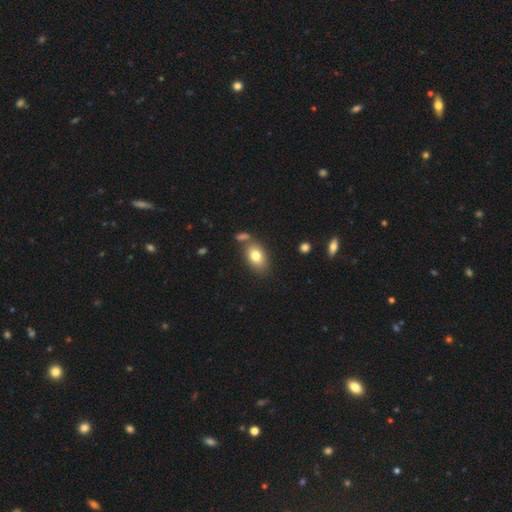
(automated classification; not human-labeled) Overall: smooth (77%). How rounded: in between (87%). Merging: none (66%).